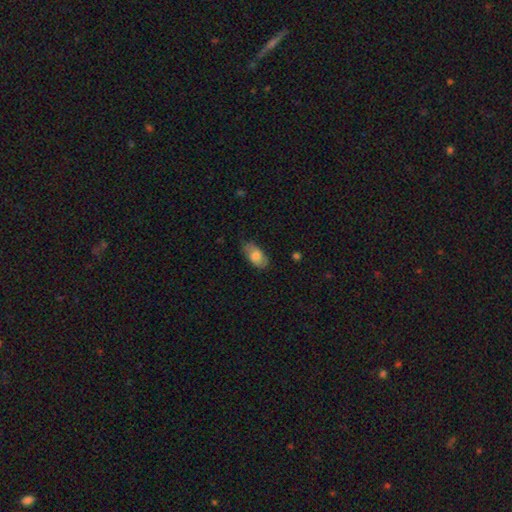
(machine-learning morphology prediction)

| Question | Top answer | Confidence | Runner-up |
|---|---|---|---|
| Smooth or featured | smooth | 79% | featured or disk (15%) |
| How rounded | in between | 92% | cigar-shaped (5%) |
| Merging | none | 71% | minor disturbance (23%) |